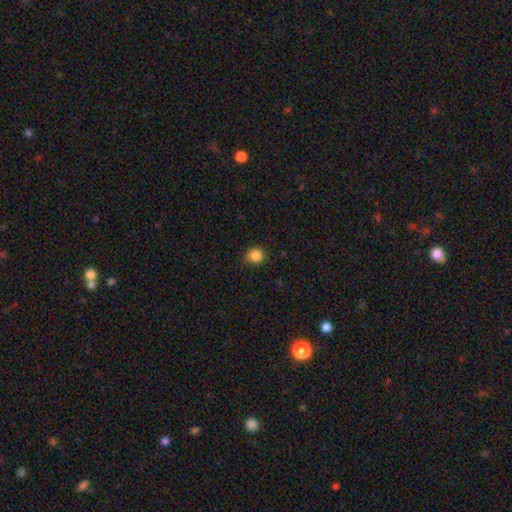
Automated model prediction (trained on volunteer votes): Morphology: type=smooth (85%); roundness=round (85%); merging=none (82%).